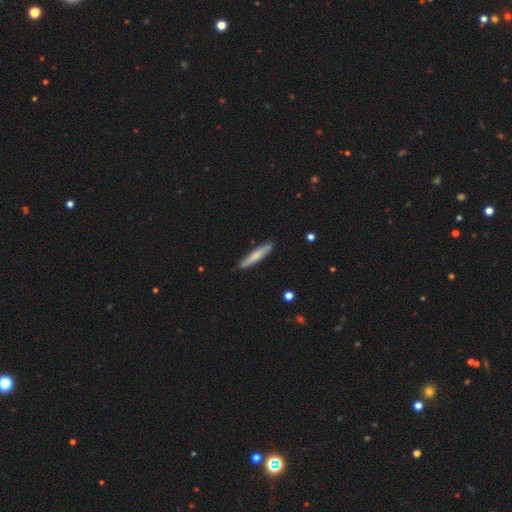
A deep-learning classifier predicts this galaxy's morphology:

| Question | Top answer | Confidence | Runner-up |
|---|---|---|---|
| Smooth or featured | smooth | 66% | featured or disk (29%) |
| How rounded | cigar-shaped | 92% | in between (6%) |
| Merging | none | 88% | minor disturbance (10%) |